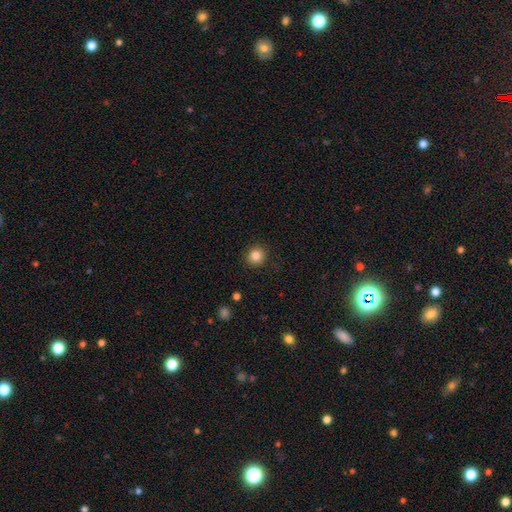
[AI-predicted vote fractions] smooth_or_featured: smooth (p=0.85) [alt: star or artifact p=0.11]
how_rounded: round (p=0.91) [alt: in between p=0.08]
merging: none (p=0.90) [alt: minor disturbance p=0.07]